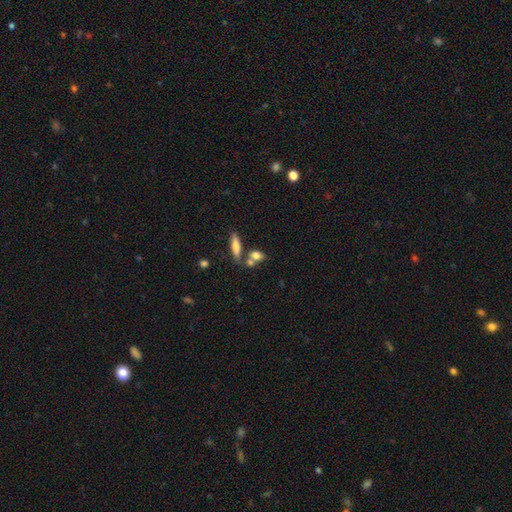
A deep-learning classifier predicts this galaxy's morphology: Smooth or featured?
  - smooth: 75% *
  - featured or disk: 16%
  - star or artifact: 9%
How rounded?
  - in between: 61% *
  - round: 21%
  - cigar-shaped: 19%
Merging?
  - none: 51% *
  - merger: 32%
  - minor disturbance: 12%
  - major disturbance: 5%